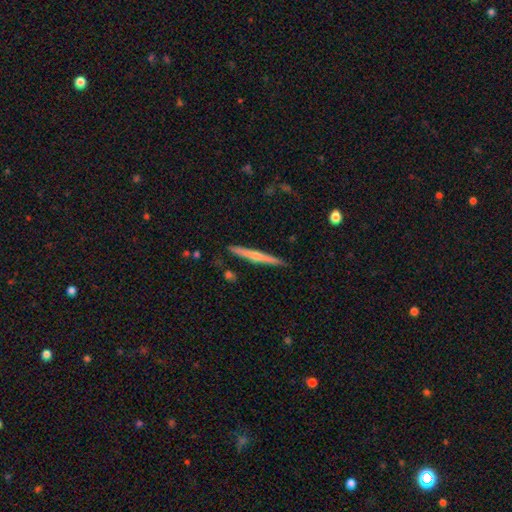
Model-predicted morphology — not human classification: Q: Smooth or featured?
A: featured or disk (60%); runner-up: smooth (35%)
Q: Edge-on disk?
A: yes (98%); runner-up: no (2%)
Q: Edge-on bulge?
A: rounded (68%); runner-up: none (27%)
Q: Merging?
A: none (91%); runner-up: minor disturbance (7%)